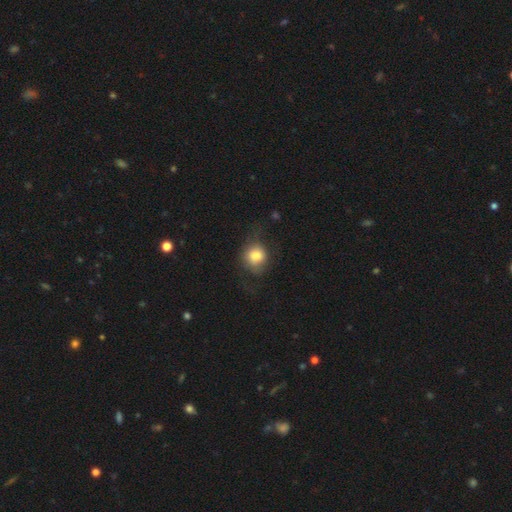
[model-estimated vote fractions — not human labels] Morphology: type=smooth (78%); roundness=round (75%); merging=none (57%).